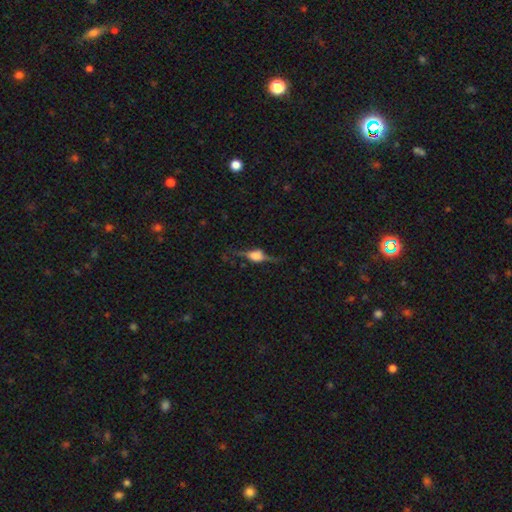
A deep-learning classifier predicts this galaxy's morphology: Smooth or featured: featured or disk — 77% (smooth — 14%)
Edge-on disk: yes — 96% (no — 4%)
Edge-on bulge: rounded — 89% (boxy — 10%)
Merging: none — 81% (minor disturbance — 13%)